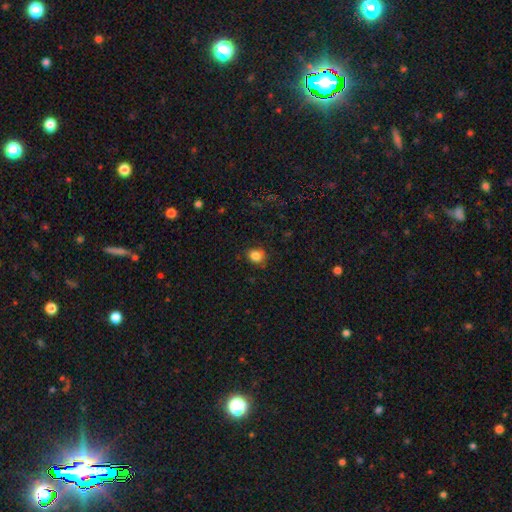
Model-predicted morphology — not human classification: A smooth galaxy with no disk features (84%) that is round (72%).

Vote fractions:
- Smooth or featured? smooth: 84% / star or artifact: 11% / featured or disk: 5%
- How rounded? round: 72% / in between: 28% / cigar-shaped: 1%
- Merging? none: 84% / minor disturbance: 12% / major disturbance: 3% / merger: 1%